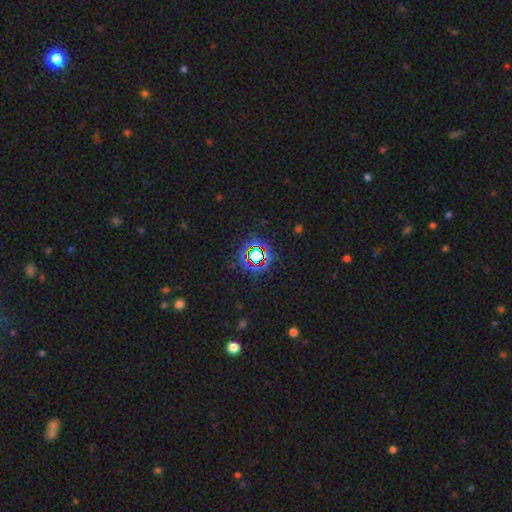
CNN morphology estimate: Overall: star or artifact (73%).